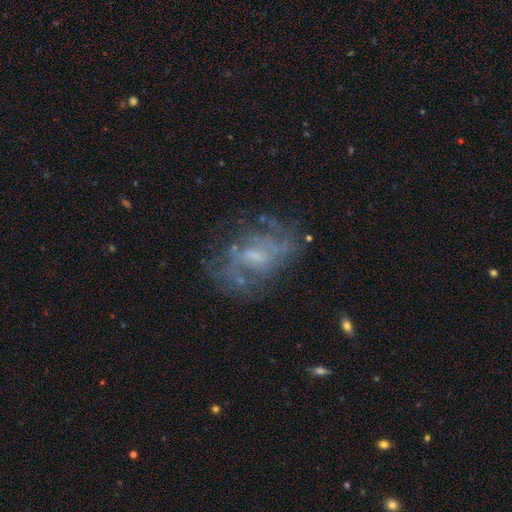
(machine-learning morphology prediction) featured or disk 72%, smooth 16%, star or artifact 11%. Down the decision tree: edge-on disk — no (96%); bar — weak (51%); spiral arms — yes (71%); bulge size — small (37%); merging — none (59%).